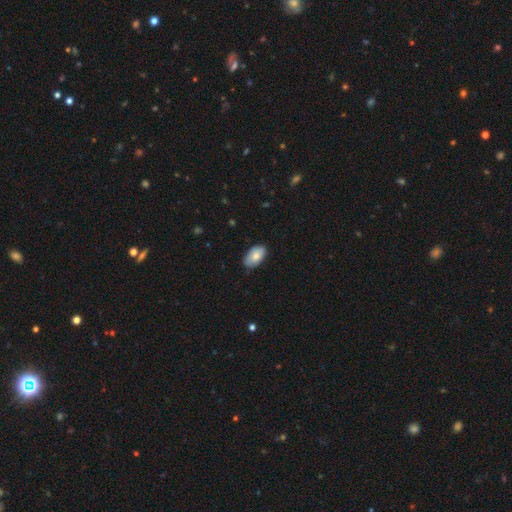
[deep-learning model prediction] Smooth or featured?
  - smooth: 78% *
  - featured or disk: 15%
  - star or artifact: 6%
How rounded?
  - in between: 94% *
  - round: 5%
  - cigar-shaped: 1%
Merging?
  - none: 82% *
  - minor disturbance: 15%
  - major disturbance: 2%
  - merger: 1%